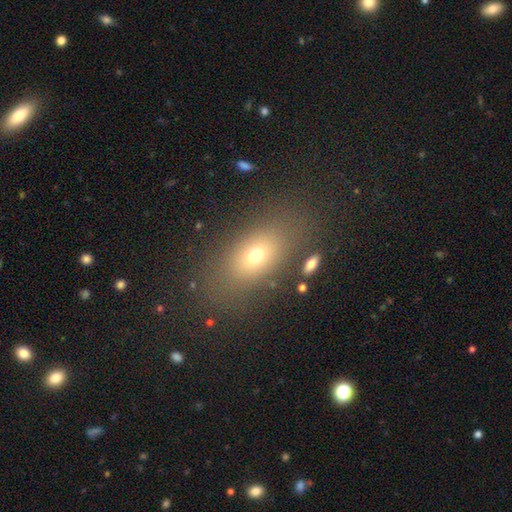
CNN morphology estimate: Smooth or featured: smooth — 66% (featured or disk — 17%)
How rounded: in between — 79% (round — 15%)
Merging: none — 79% (minor disturbance — 11%)